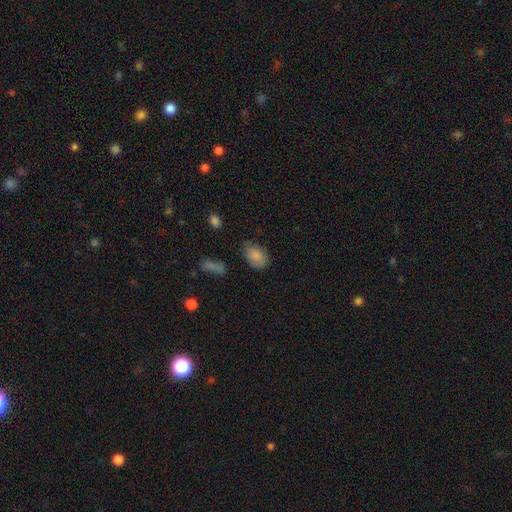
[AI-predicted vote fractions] Smooth or featured?
  - smooth: 83% *
  - featured or disk: 8%
  - star or artifact: 8%
How rounded?
  - in between: 86% *
  - round: 13%
  - cigar-shaped: 1%
Merging?
  - none: 70% *
  - minor disturbance: 22%
  - major disturbance: 6%
  - merger: 3%